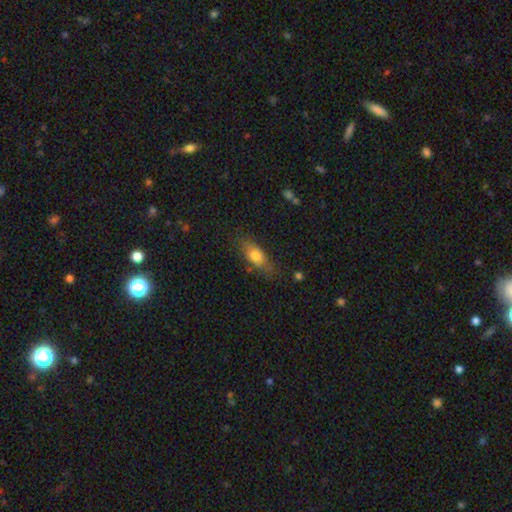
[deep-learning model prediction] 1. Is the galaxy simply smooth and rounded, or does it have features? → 72% smooth, 20% featured or disk, 8% star or artifact.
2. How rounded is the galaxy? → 74% in between, 20% cigar-shaped, 6% round.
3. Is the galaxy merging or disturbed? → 69% none, 22% minor disturbance, 7% major disturbance, 3% merger.